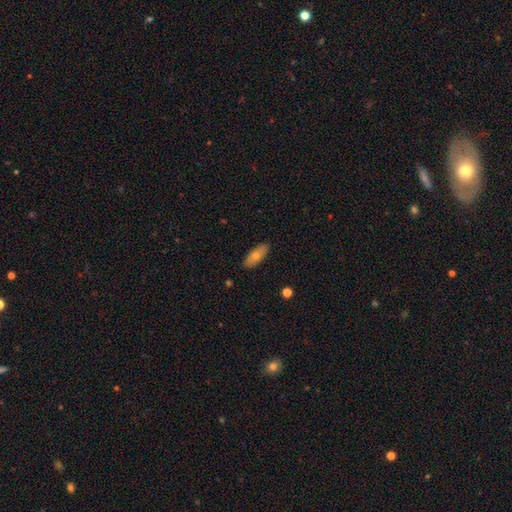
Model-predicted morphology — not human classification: Smooth or featured? Predicted: smooth (p=0.62). How rounded? Predicted: in between (p=0.70). Merging? Predicted: none (p=0.88).